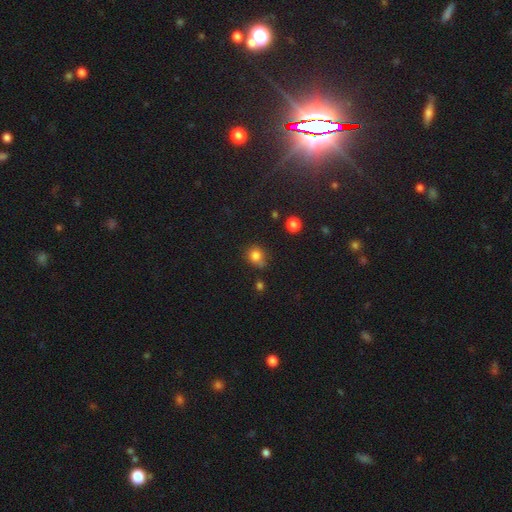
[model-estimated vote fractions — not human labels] Q: Smooth or featured?
A: smooth (80%); runner-up: star or artifact (13%)
Q: How rounded?
A: round (76%); runner-up: in between (23%)
Q: Merging?
A: none (59%); runner-up: minor disturbance (25%)